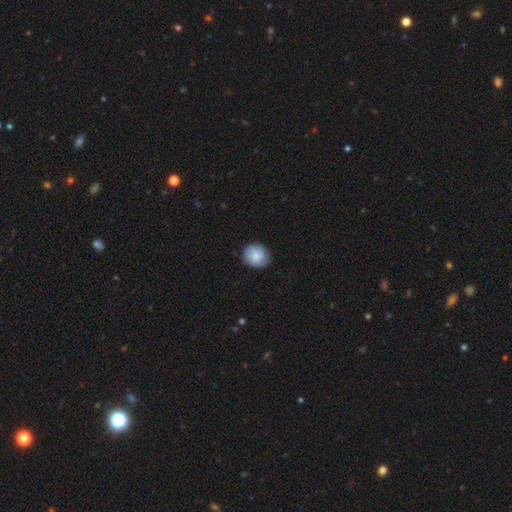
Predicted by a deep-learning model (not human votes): A smooth galaxy with no disk features (77%) that is round (81%). Merging: none (84%).